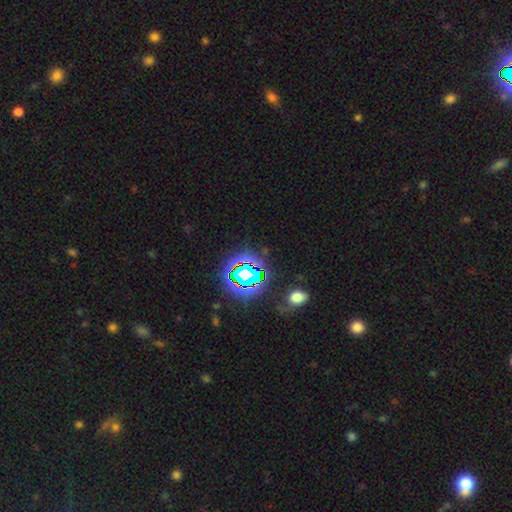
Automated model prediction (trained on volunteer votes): Overall: star or artifact (80%).